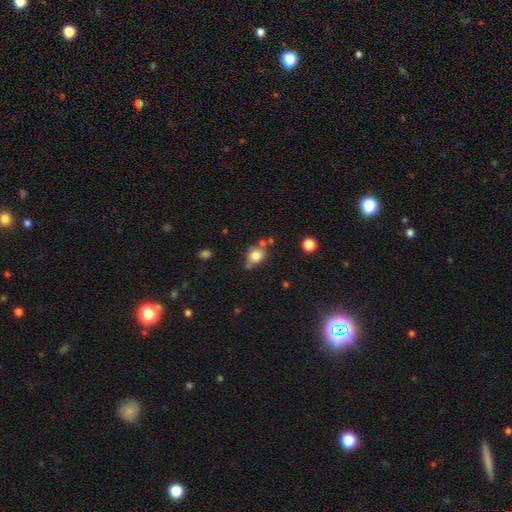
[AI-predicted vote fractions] smooth_or_featured: smooth (p=0.77) [alt: featured or disk p=0.13]
how_rounded: round (p=0.51) [alt: in between p=0.47]
merging: none (p=0.53) [alt: minor disturbance p=0.24]